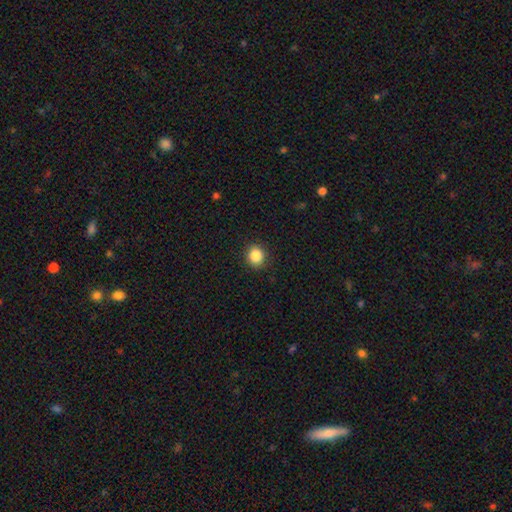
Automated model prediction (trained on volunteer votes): Overall: smooth (86%). How rounded: round (80%). Merging: none (91%).